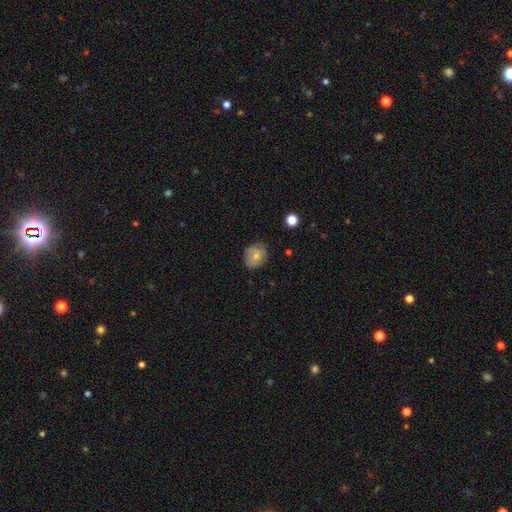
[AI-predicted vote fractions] Smooth or featured? Predicted: smooth (p=0.62). How rounded? Predicted: round (p=0.71). Merging? Predicted: none (p=0.71).